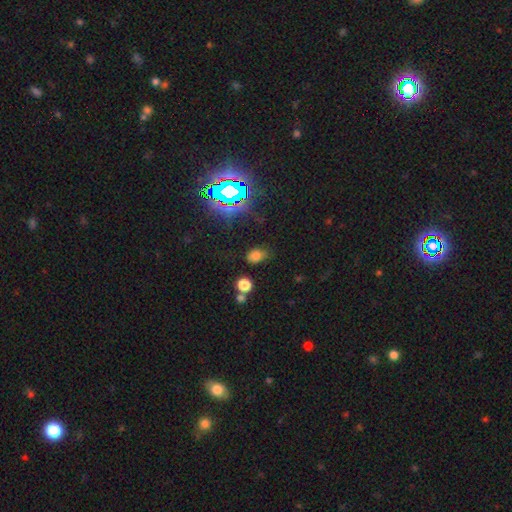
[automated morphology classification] Smooth or featured? Predicted: smooth (p=0.69). How rounded? Predicted: in between (p=0.66). Merging? Predicted: none (p=0.69).